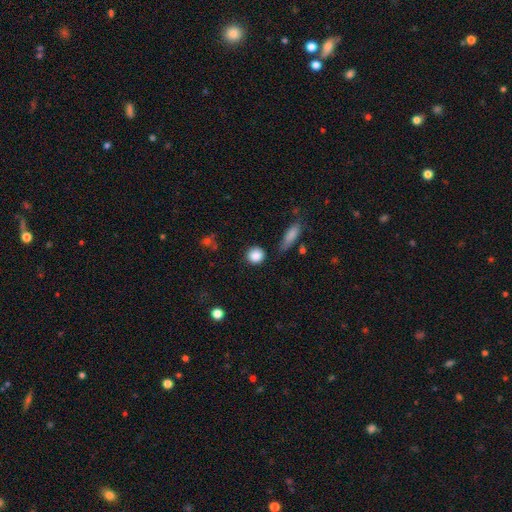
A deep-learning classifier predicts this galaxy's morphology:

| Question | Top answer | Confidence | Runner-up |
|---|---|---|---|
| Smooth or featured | smooth | 87% | star or artifact (8%) |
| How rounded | round | 86% | in between (12%) |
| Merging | none | 83% | minor disturbance (10%) |